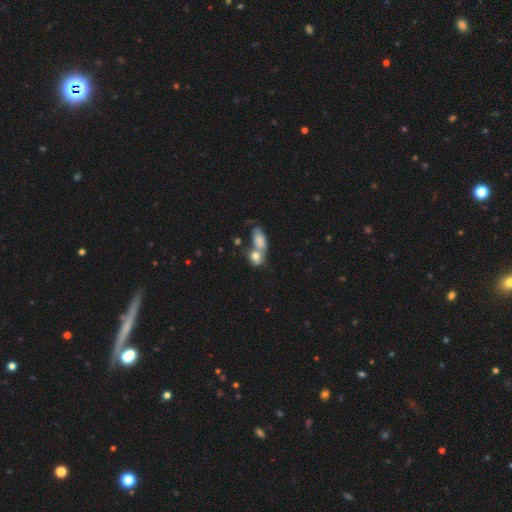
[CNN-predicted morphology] Smooth or featured? smooth (75%)
How rounded? in between (60%)
Merging? merger (57%)